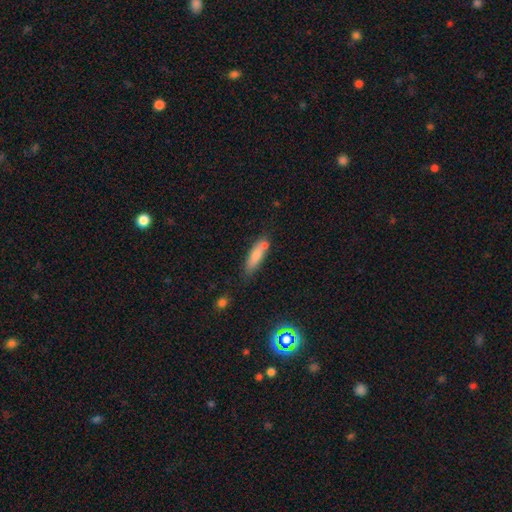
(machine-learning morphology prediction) This appears to be a smooth galaxy with no disk features (79%) that is cigar-shaped (64%). Merging: none (62%).